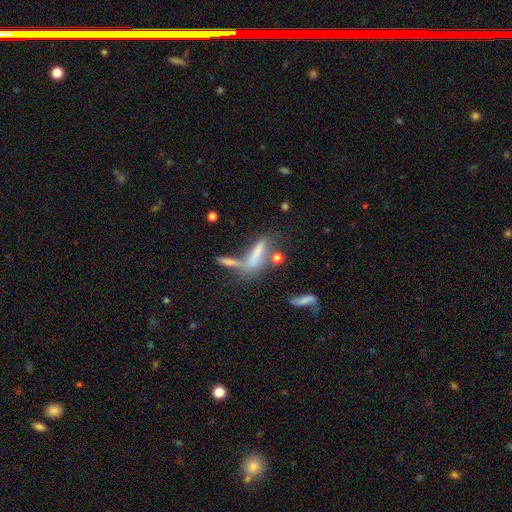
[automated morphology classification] smooth_or_featured: smooth (p=0.52) [alt: featured or disk p=0.33]
how_rounded: cigar-shaped (p=0.66) [alt: in between p=0.30]
merging: merger (p=0.45) [alt: none p=0.25]